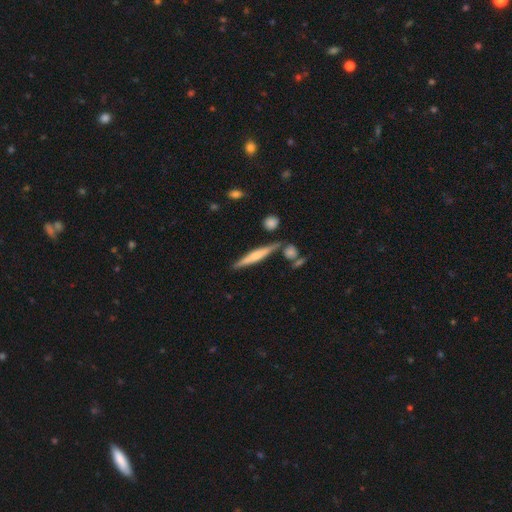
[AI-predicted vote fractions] Overall: featured or disk (50%; smooth 44%). Merging: none (79%).